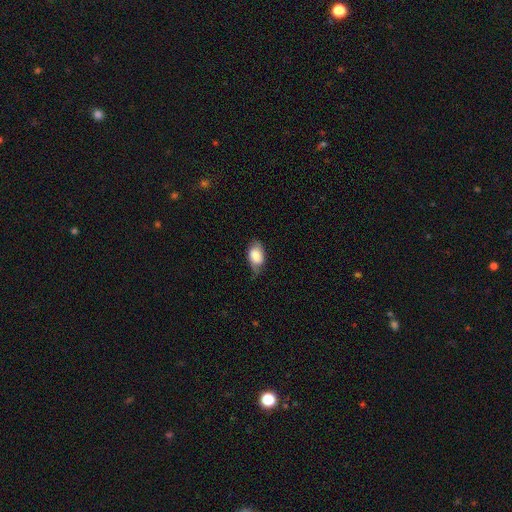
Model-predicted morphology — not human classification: Smooth or featured: smooth — 74% (featured or disk — 19%)
How rounded: in between — 89% (round — 8%)
Merging: none — 64% (minor disturbance — 28%)